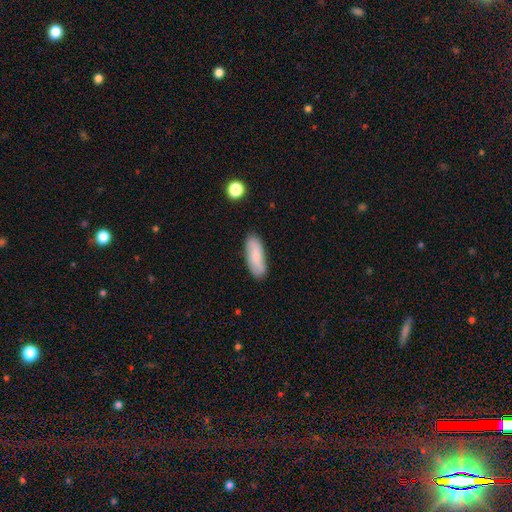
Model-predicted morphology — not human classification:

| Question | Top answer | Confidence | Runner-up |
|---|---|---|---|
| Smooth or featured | smooth | 76% | featured or disk (17%) |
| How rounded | in between | 67% | cigar-shaped (31%) |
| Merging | none | 83% | minor disturbance (13%) |